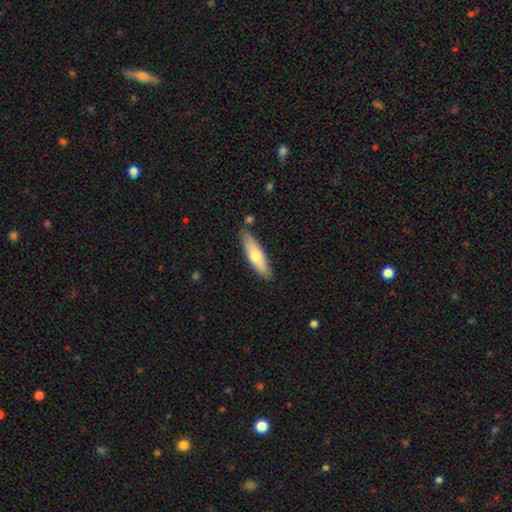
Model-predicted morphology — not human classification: Smooth or featured? smooth (62%)
How rounded? cigar-shaped (66%)
Merging? none (82%)